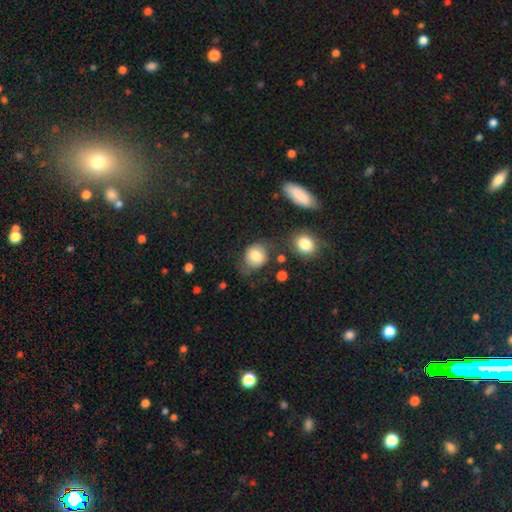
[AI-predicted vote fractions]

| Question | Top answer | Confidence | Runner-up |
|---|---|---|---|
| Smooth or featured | smooth | 79% | featured or disk (12%) |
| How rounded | round | 66% | in between (33%) |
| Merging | none | 58% | minor disturbance (25%) |